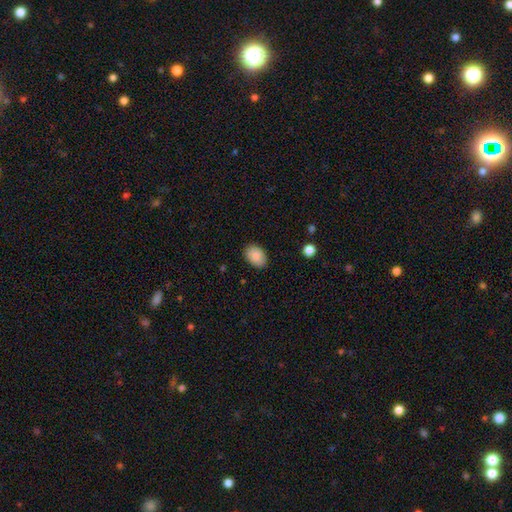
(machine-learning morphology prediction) Smooth or featured? smooth (89%)
How rounded? in between (83%)
Merging? none (87%)